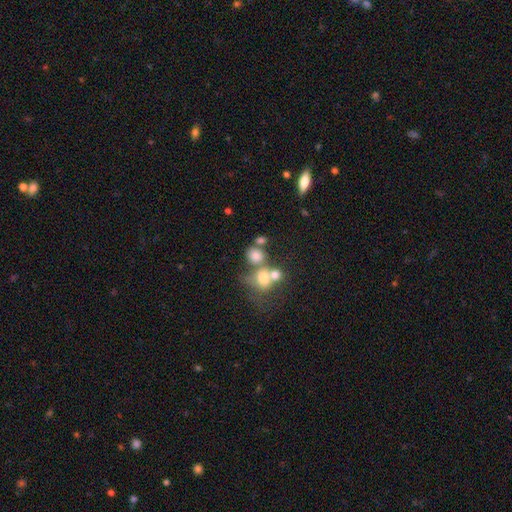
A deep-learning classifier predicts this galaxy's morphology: smooth 73%, featured or disk 14%, star or artifact 13%. Down the decision tree: how rounded — round (69%); merging — merger (45%).